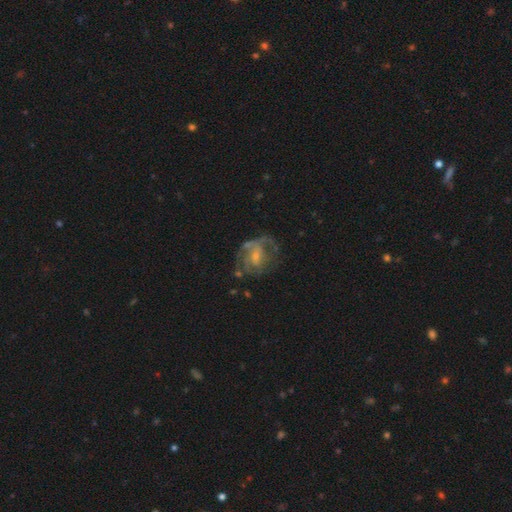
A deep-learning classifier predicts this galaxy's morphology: smooth-or-featured: featured or disk: 73% | smooth: 19% | star or artifact: 8%
  disk-edge-on: no: 97% | yes: 3%
    bar: no: 53% | weak: 38% | strong: 8%
    has-spiral-arms: yes: 73% | no: 27%
      spiral-winding: medium: 44% | tight: 34% | loose: 22%
      spiral-arm-count: can't tell: 38% | 2: 29% | 3: 16% | 1: 7% | 4: 5% | more than 4: 4%
    bulge-size: small: 56% | moderate: 30% | none: 10% | large: 3% | dominant: 1%
  merging: none: 49% | major disturbance: 26% | minor disturbance: 22% | merger: 3%